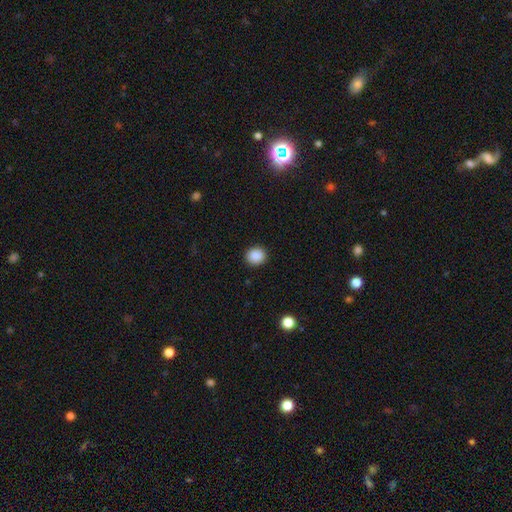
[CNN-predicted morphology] The model was most divided on "how rounded": round: 83%, in between: 16%, cigar-shaped: 1%. More confident: merging — none (91%); smooth or featured — smooth (89%).